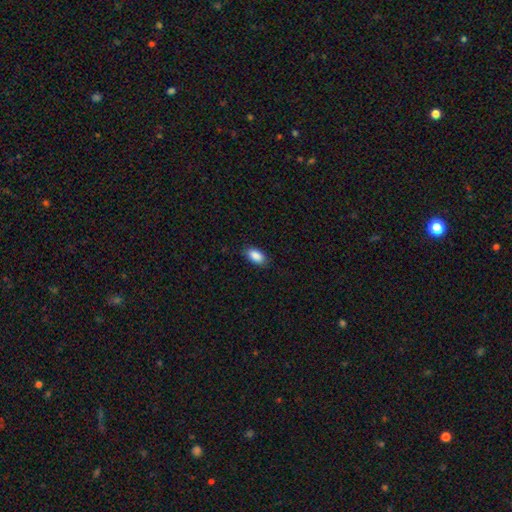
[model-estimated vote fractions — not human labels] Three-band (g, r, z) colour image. It shows a smooth galaxy with no disk features (89%) that is in between round and cigar-shaped (92%). Merging: none (86%).